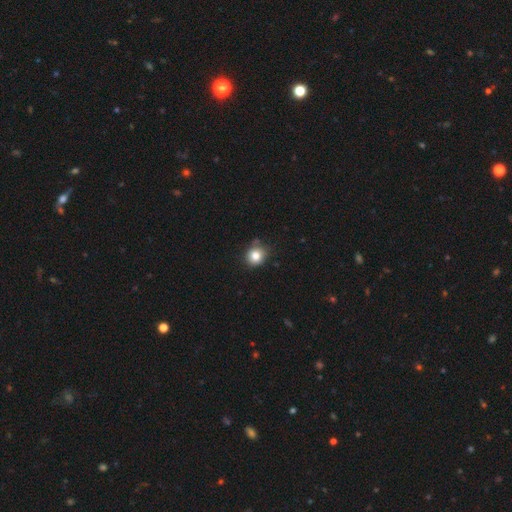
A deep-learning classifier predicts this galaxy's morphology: Smooth or featured: smooth — 81% (star or artifact — 11%)
How rounded: round — 84% (in between — 16%)
Merging: none — 77% (minor disturbance — 16%)